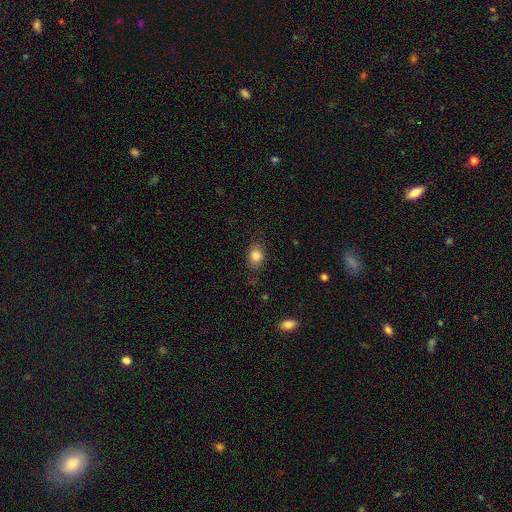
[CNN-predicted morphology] Overall: smooth (84%). How rounded: in between (56%; round 42%). Merging: none (81%).